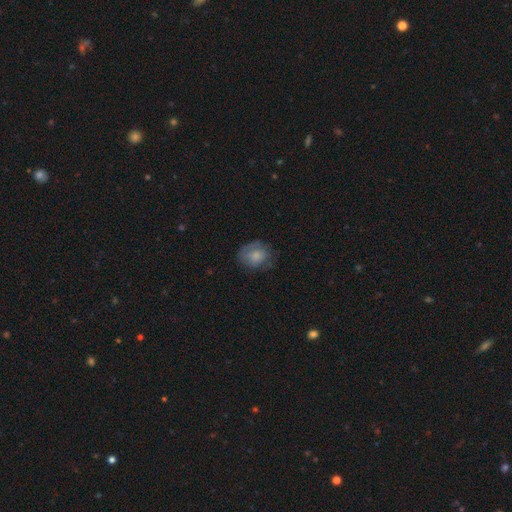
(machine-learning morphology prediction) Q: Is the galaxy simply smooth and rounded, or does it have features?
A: smooth — 73%.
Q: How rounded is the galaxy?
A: round — 59%.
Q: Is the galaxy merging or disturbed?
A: none — 62%.